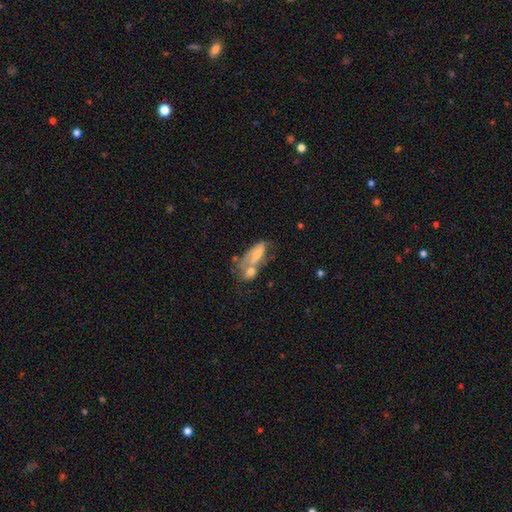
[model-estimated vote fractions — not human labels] The model was most divided on "smooth or featured": smooth: 48%, featured or disk: 42%, star or artifact: 10%. More confident: merging — merger (51%).